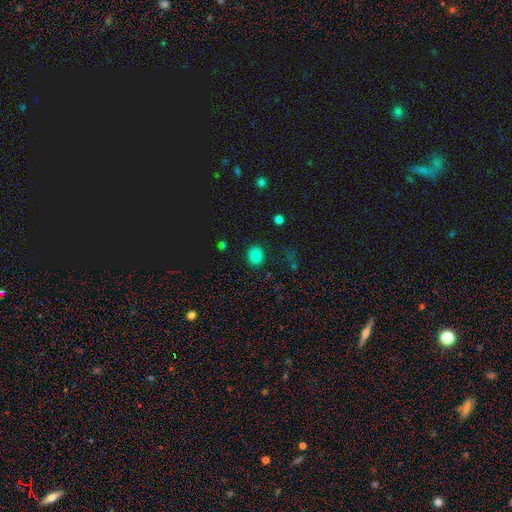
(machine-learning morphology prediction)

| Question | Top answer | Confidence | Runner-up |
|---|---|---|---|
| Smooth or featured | smooth | 81% | star or artifact (14%) |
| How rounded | round | 67% | in between (32%) |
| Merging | none | 86% | minor disturbance (9%) |